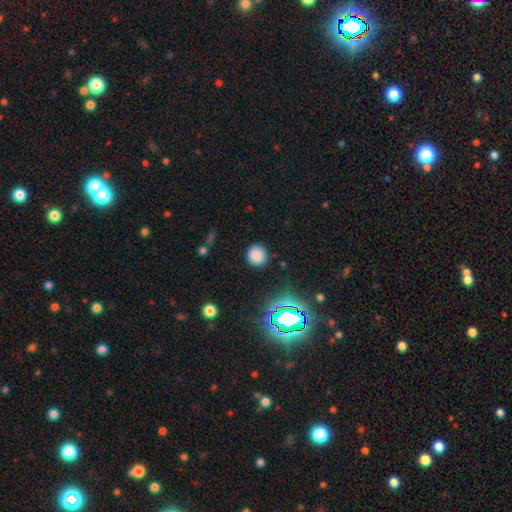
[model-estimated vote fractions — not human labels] This appears to be a smooth galaxy with no disk features (79%) that is round (88%). Merging: none (87%).